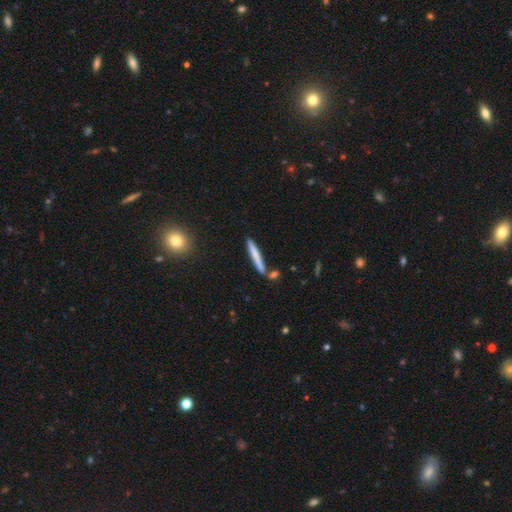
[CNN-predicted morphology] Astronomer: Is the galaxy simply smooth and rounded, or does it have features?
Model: smooth — 66%.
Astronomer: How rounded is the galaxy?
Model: cigar-shaped — 96%.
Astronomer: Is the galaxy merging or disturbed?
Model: none — 78%.